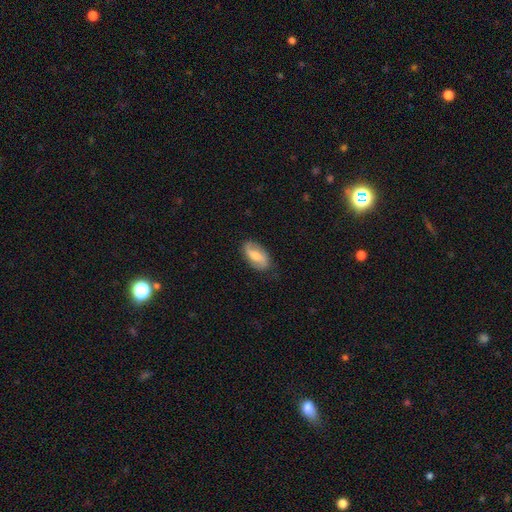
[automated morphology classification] Q: Smooth or featured?
A: featured or disk (61%); runner-up: smooth (33%)
Q: Edge-on disk?
A: no (94%); runner-up: yes (6%)
Q: Bar?
A: weak (44%); runner-up: no (28%)
Q: Spiral arms?
A: yes (87%); runner-up: no (13%)
Q: Spiral winding?
A: loose (48%); runner-up: medium (36%)
Q: Spiral arm count?
A: 2 (87%); runner-up: can't tell (6%)
Q: Bulge size?
A: moderate (60%); runner-up: small (26%)
Q: Merging?
A: none (79%); runner-up: minor disturbance (16%)